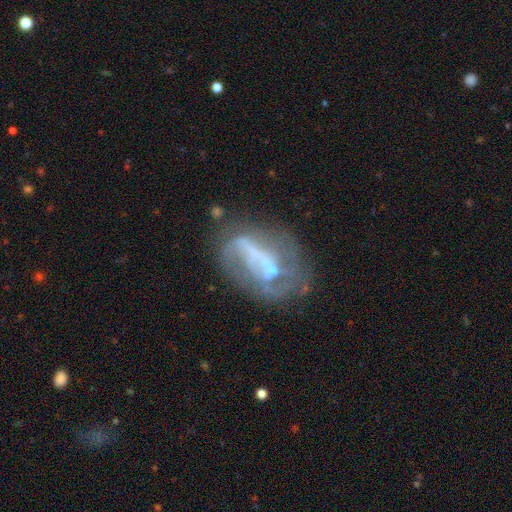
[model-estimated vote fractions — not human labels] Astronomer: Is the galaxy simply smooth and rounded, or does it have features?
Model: featured or disk — 68%.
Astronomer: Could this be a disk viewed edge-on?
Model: no — 94%.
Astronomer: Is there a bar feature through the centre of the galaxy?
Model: no — 43% (runner-up: weak, 31%).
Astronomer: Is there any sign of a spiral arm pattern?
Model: yes — 51% (runner-up: no, 49%).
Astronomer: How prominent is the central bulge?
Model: none — 41% (runner-up: small, 32%).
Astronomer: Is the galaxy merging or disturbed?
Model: none — 42% (runner-up: major disturbance, 29%).